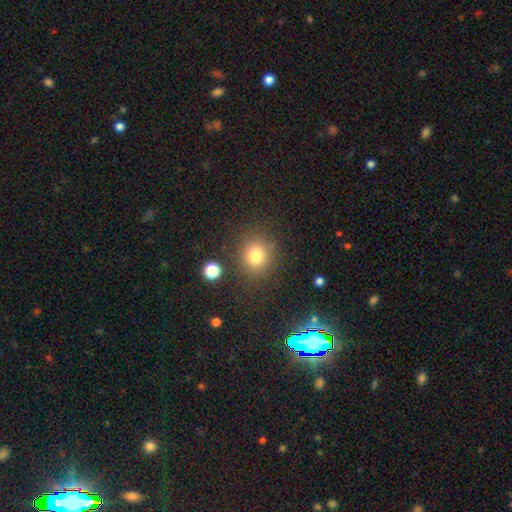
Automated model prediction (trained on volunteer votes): Overall: smooth (79%). How rounded: round (81%). Merging: none (84%).